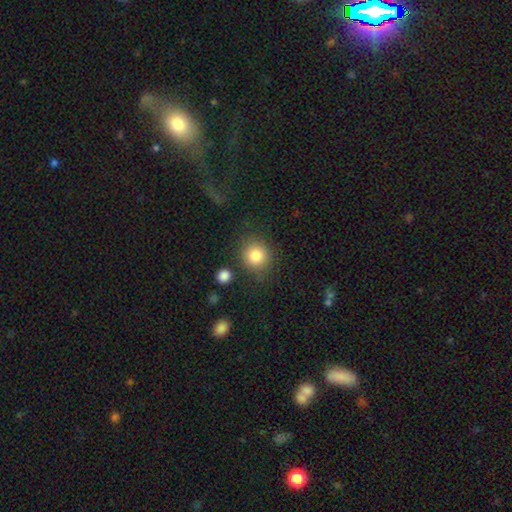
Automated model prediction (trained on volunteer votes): Smooth or featured?
  - smooth: 84% *
  - star or artifact: 9%
  - featured or disk: 7%
How rounded?
  - round: 85% *
  - in between: 14%
  - cigar-shaped: 1%
Merging?
  - none: 80% *
  - minor disturbance: 11%
  - merger: 5%
  - major disturbance: 5%